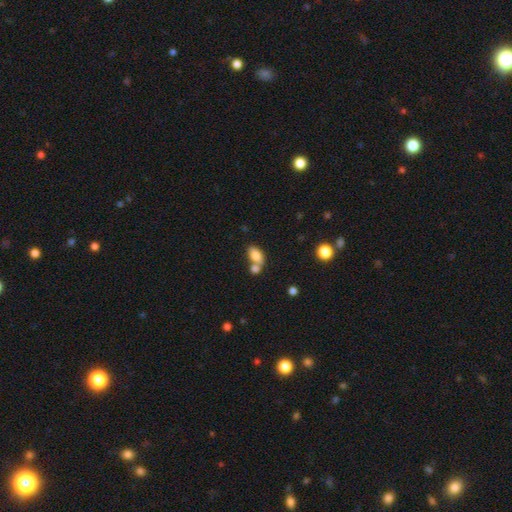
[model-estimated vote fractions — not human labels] smooth_or_featured: smooth (p=0.80) [alt: featured or disk p=0.11]
how_rounded: in between (p=0.89) [alt: round p=0.08]
merging: merger (p=0.48) [alt: none p=0.36]